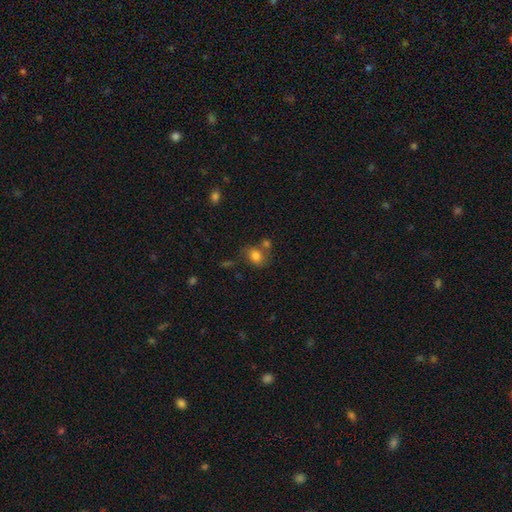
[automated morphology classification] Smooth or featured? smooth (78%)
How rounded? round (51%)
Merging? none (52%)